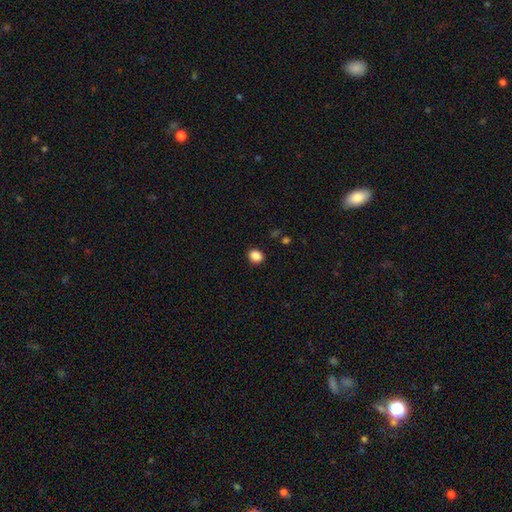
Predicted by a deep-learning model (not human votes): Smooth or featured? Predicted: smooth (p=0.86). How rounded? Predicted: round (p=0.74). Merging? Predicted: none (p=0.91).